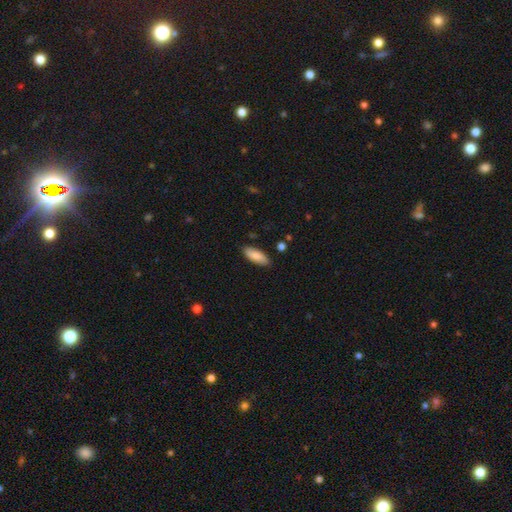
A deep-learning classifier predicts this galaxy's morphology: This appears to be a smooth galaxy with no disk features (83%) that is in between round and cigar-shaped (74%). Merging: none (86%).